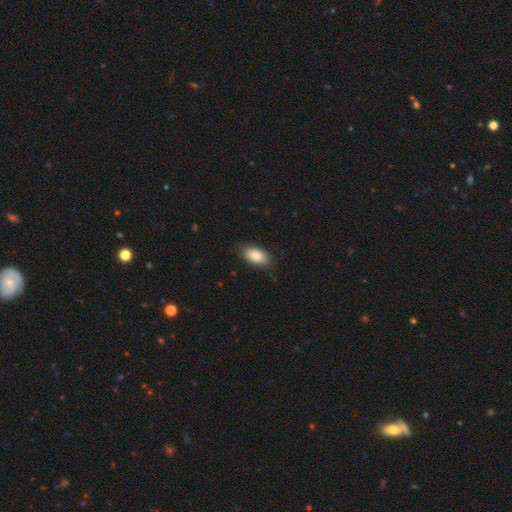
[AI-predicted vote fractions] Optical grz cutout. It shows a smooth galaxy with no disk features (83%) that is in between round and cigar-shaped (93%). Merging: none (82%).